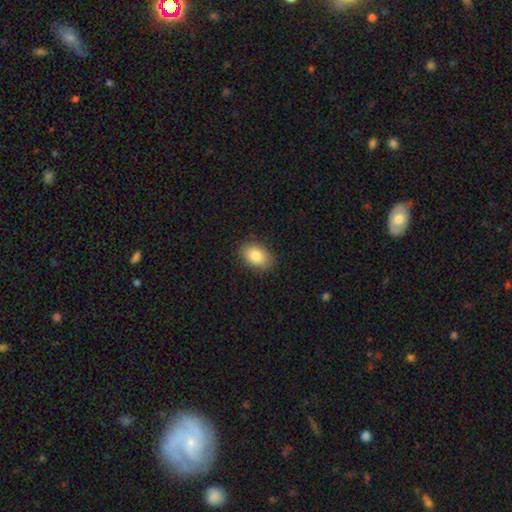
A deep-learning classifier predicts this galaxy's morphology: smooth_or_featured: smooth (p=0.85) [alt: star or artifact p=0.07]
how_rounded: in between (p=0.84) [alt: round p=0.14]
merging: none (p=0.86) [alt: minor disturbance p=0.11]